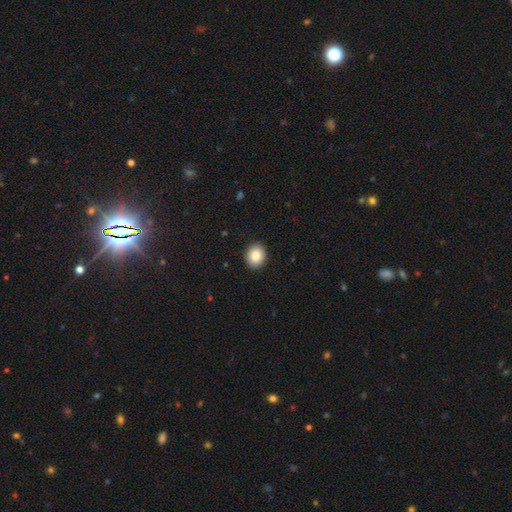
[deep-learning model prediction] smooth-or-featured: smooth: 86% | star or artifact: 8% | featured or disk: 5%
  how-rounded: round: 62% | in between: 38% | cigar-shaped: 1%
  merging: none: 91% | minor disturbance: 6% | major disturbance: 2% | merger: 1%